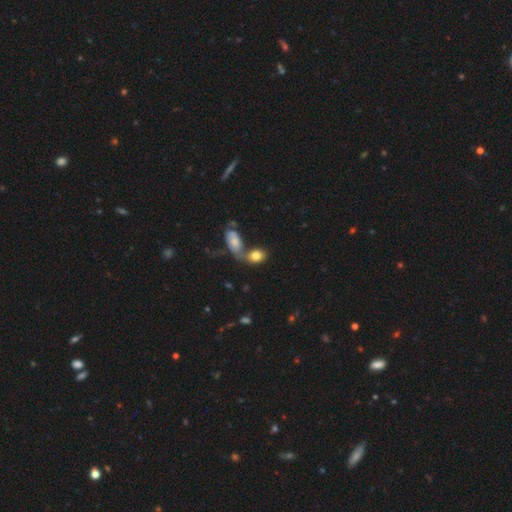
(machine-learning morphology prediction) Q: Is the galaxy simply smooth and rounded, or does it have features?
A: smooth — 79%.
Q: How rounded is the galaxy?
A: in between — 76%.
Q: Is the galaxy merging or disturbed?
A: merger — 53%.